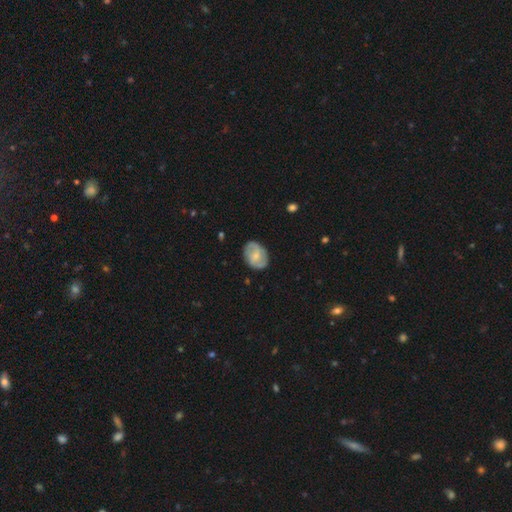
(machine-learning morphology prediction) Smooth or featured: featured or disk — 58% (smooth — 36%)
Edge-on disk: no — 97% (yes — 3%)
Bar: no — 47% (weak — 43%)
Spiral arms: yes — 85% (no — 15%)
Bulge size: small — 58% (moderate — 31%)
Merging: none — 78% (minor disturbance — 17%)